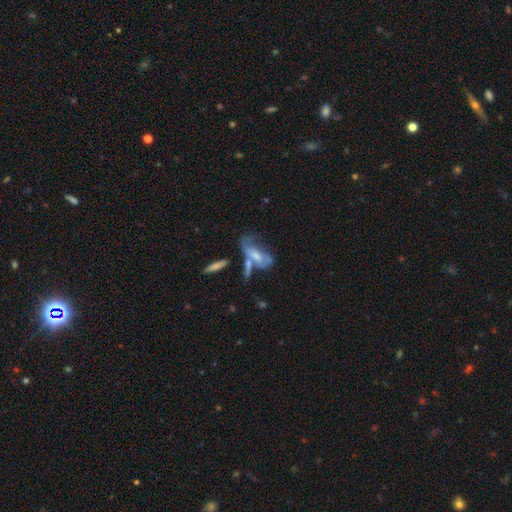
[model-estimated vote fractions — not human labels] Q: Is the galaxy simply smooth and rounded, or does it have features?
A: featured or disk — 52%.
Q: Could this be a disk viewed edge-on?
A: no — 77%.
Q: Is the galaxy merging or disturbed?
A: merger — 33%.